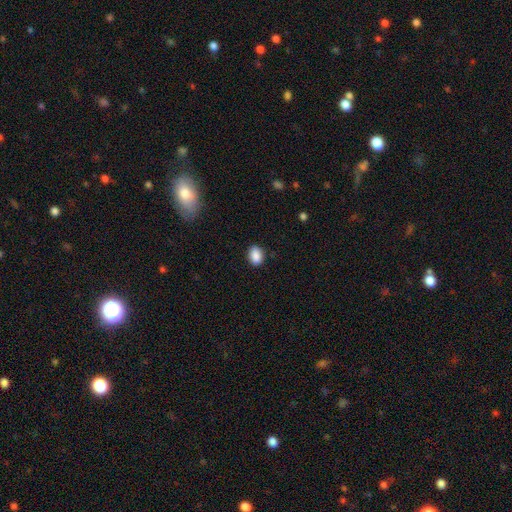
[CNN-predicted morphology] A smooth galaxy with no disk features (88%) that is in between round and cigar-shaped (72%). Merging: none (86%).